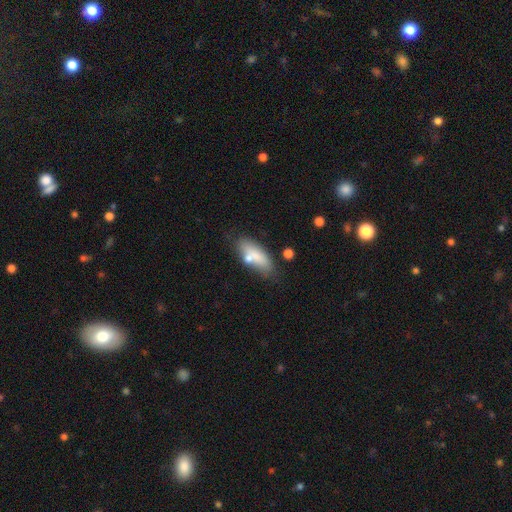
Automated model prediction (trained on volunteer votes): A smooth galaxy with no disk features (74%) that is in between round and cigar-shaped (74%). Merging: none (56%).